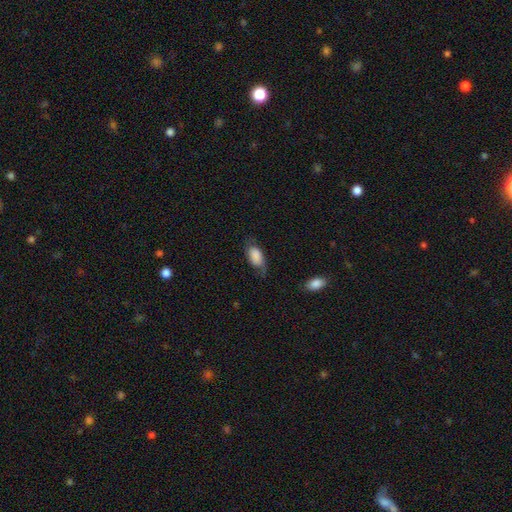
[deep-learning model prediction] smooth-or-featured: smooth: 78% | featured or disk: 15% | star or artifact: 7%
  how-rounded: in between: 91% | cigar-shaped: 5% | round: 4%
  merging: none: 53% | minor disturbance: 32% | major disturbance: 13% | merger: 2%